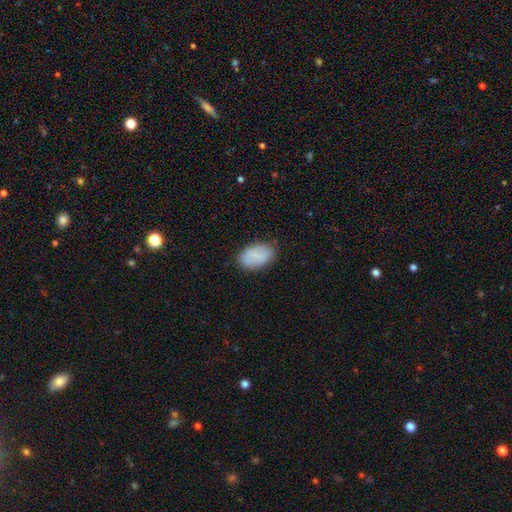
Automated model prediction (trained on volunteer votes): Smooth or featured?
  - smooth: 78% *
  - featured or disk: 15%
  - star or artifact: 7%
How rounded?
  - in between: 92% *
  - round: 6%
  - cigar-shaped: 2%
Merging?
  - none: 82% *
  - minor disturbance: 13%
  - major disturbance: 3%
  - merger: 1%